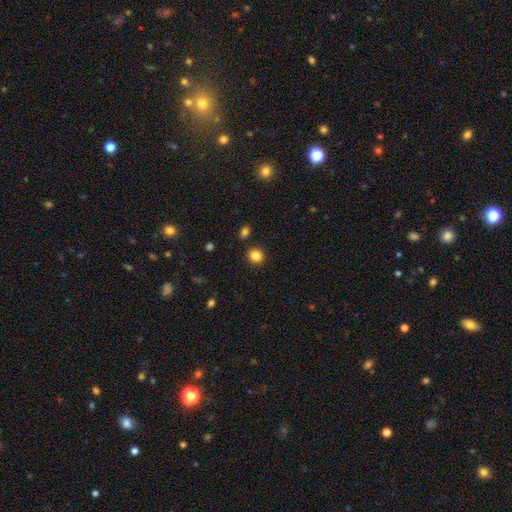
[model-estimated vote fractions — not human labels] The model was most divided on "how rounded": round: 84%, in between: 15%, cigar-shaped: 1%. More confident: merging — none (88%); smooth or featured — smooth (85%).